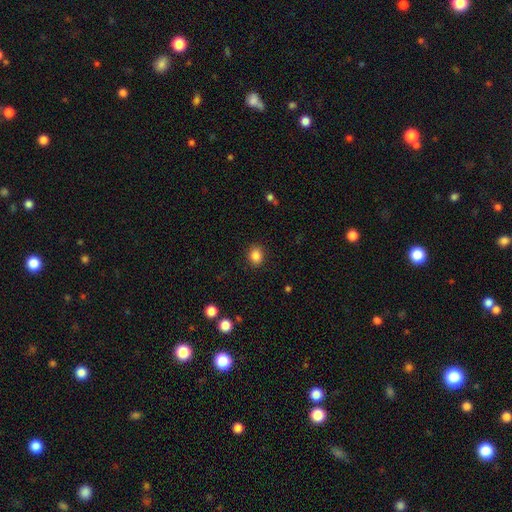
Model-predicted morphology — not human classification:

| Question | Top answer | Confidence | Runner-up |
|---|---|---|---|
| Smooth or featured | smooth | 86% | star or artifact (10%) |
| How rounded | round | 62% | in between (37%) |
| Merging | none | 89% | minor disturbance (7%) |